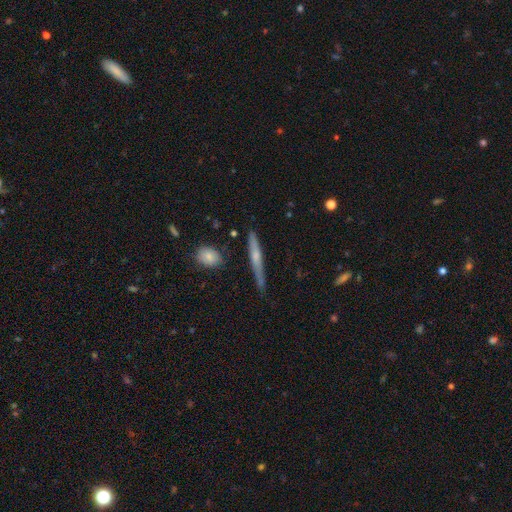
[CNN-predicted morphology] smooth_or_featured: featured or disk (p=0.55) [alt: smooth p=0.39]
disk_edge_on: yes (p=0.95) [alt: no p=0.05]
edge_on_bulge: rounded (p=0.56) [alt: none p=0.36]
merging: none (p=0.80) [alt: minor disturbance p=0.14]